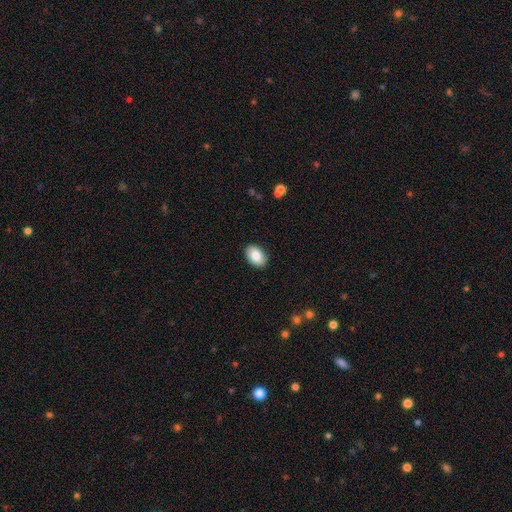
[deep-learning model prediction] Q: Smooth or featured?
A: smooth (84%); runner-up: featured or disk (9%)
Q: How rounded?
A: in between (89%); runner-up: round (10%)
Q: Merging?
A: none (89%); runner-up: minor disturbance (8%)